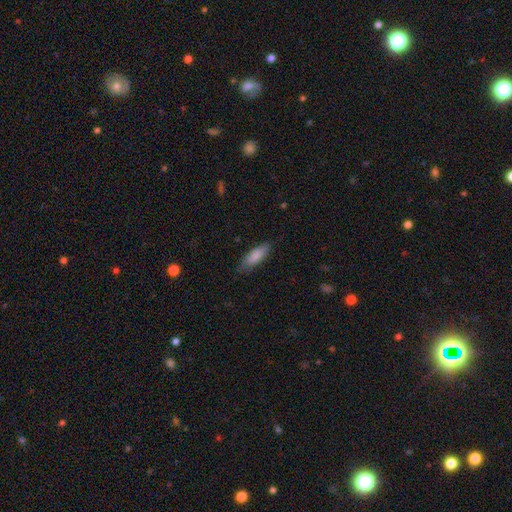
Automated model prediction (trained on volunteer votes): Overall: smooth (83%). How rounded: in between (60%; cigar-shaped 39%). Merging: none (75%).